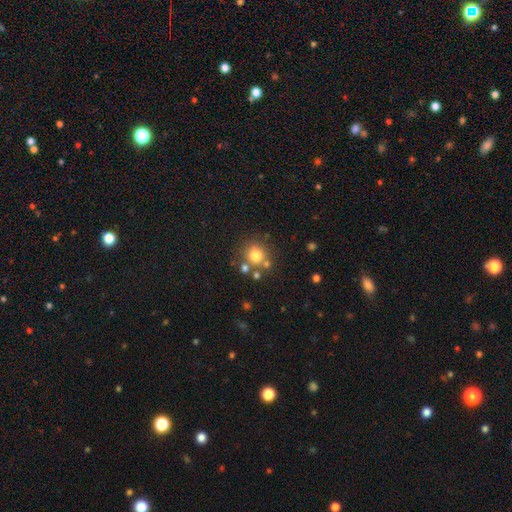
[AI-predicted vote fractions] Q: Smooth or featured?
A: smooth (76%); runner-up: star or artifact (14%)
Q: How rounded?
A: round (89%); runner-up: in between (10%)
Q: Merging?
A: none (71%); runner-up: merger (14%)